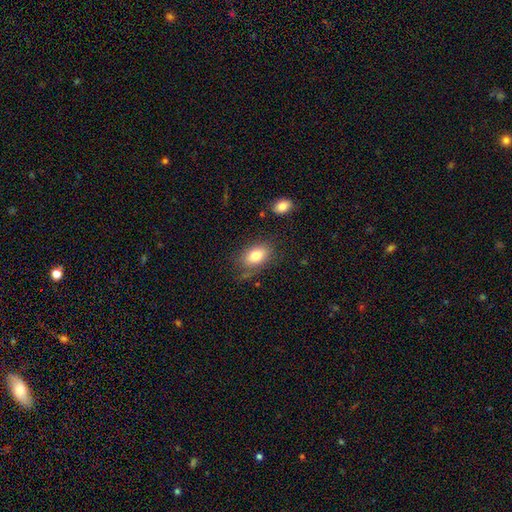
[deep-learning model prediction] Smooth or featured?
  - smooth: 80% *
  - featured or disk: 12%
  - star or artifact: 8%
How rounded?
  - in between: 85% *
  - round: 13%
  - cigar-shaped: 2%
Merging?
  - none: 71% *
  - minor disturbance: 19%
  - major disturbance: 7%
  - merger: 4%